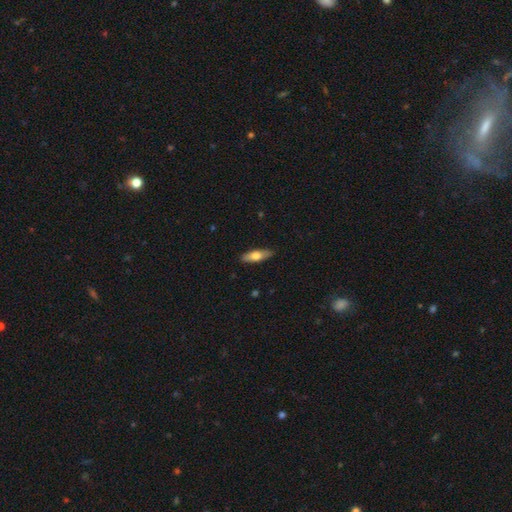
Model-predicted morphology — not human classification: Smooth or featured? smooth (62%)
How rounded? cigar-shaped (49%, tied with in between)
Merging? none (89%)